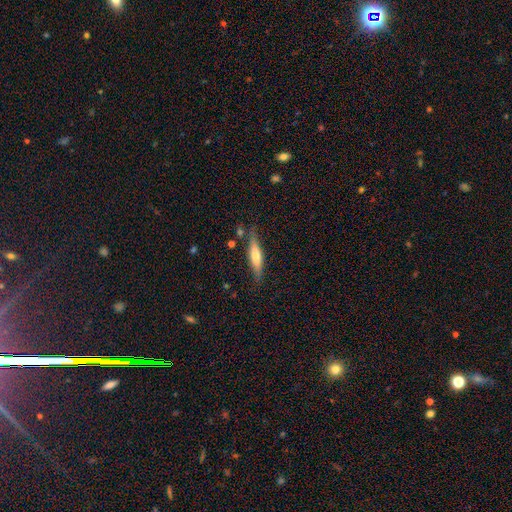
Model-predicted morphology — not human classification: Smooth or featured? Predicted: smooth (p=0.52). How rounded? Predicted: cigar-shaped (p=0.81). Merging? Predicted: none (p=0.77).